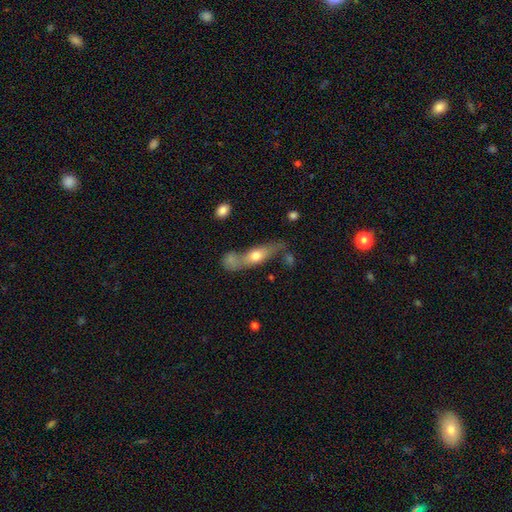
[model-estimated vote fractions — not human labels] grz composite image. It shows a smooth galaxy with no disk features (49%). Merging: none (45%).